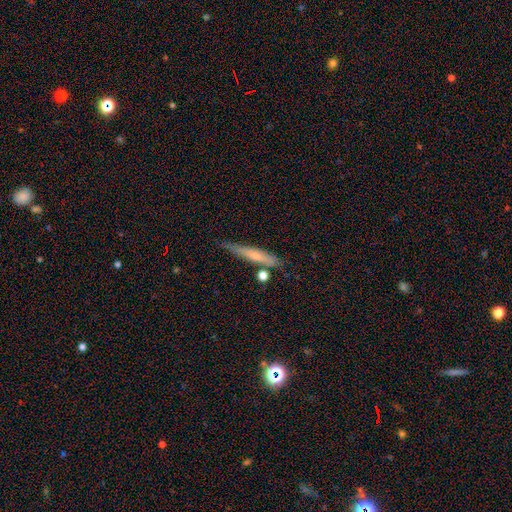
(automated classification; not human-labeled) smooth_or_featured: smooth (p=0.57) [alt: featured or disk p=0.37]
how_rounded: cigar-shaped (p=0.92) [alt: in between p=0.06]
merging: none (p=0.75) [alt: minor disturbance p=0.15]